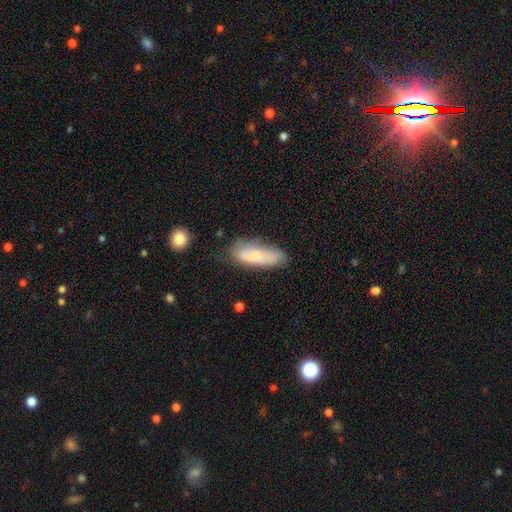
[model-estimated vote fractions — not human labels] Q: Smooth or featured?
A: smooth (68%); runner-up: featured or disk (25%)
Q: How rounded?
A: in between (66%); runner-up: cigar-shaped (32%)
Q: Merging?
A: none (55%); runner-up: minor disturbance (29%)